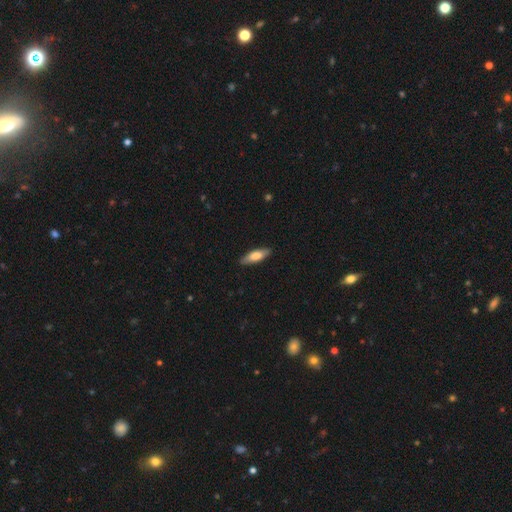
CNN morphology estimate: Smooth or featured? smooth (70%)
How rounded? cigar-shaped (49%, tied with in between)
Merging? none (88%)